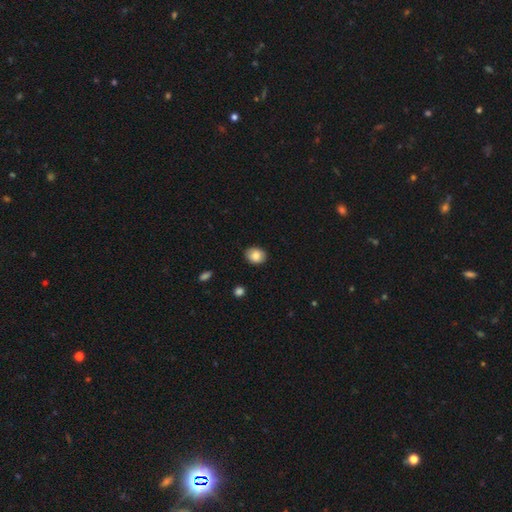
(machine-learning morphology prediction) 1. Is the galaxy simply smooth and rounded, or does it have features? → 85% smooth, 8% star or artifact, 7% featured or disk.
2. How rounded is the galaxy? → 56% in between, 43% round, 1% cigar-shaped.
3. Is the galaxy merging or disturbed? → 86% none, 10% minor disturbance, 2% major disturbance, 1% merger.